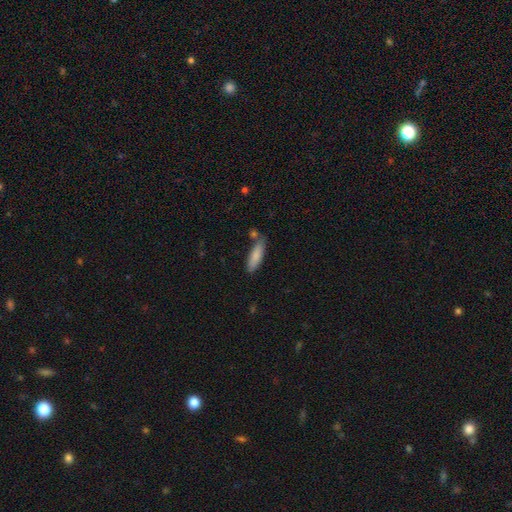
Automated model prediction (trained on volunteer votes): This is clearly a smooth galaxy (83%). How rounded: possibly cigar-shaped (56%). Merging: likely none (69%).